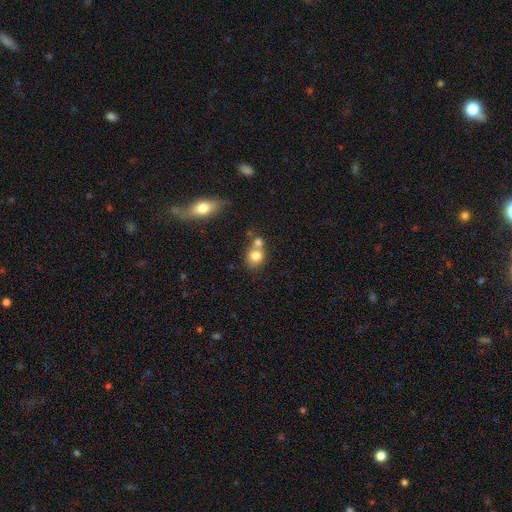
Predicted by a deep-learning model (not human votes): Overall: smooth (78%). How rounded: round (68%; in between 31%). Merging: merger (47%; none 40%).